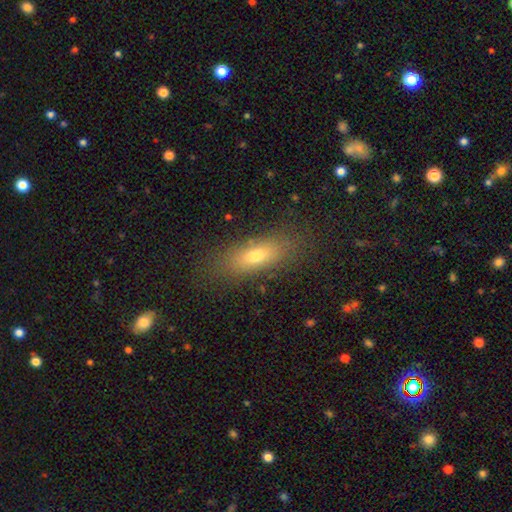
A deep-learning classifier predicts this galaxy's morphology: Overall: smooth (72%). How rounded: in between (70%). Merging: none (81%).